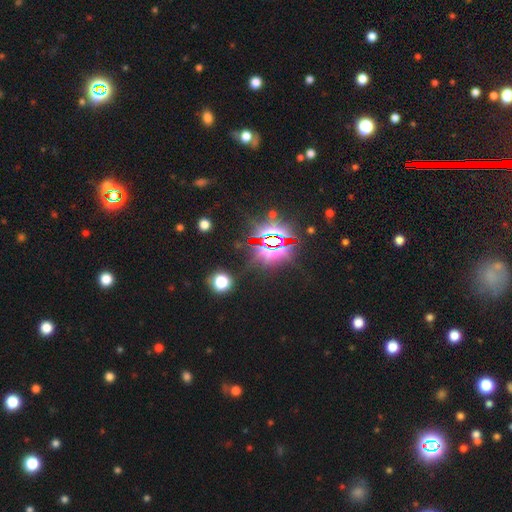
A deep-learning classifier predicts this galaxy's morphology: smooth_or_featured: star or artifact (p=0.84) [alt: smooth p=0.10]